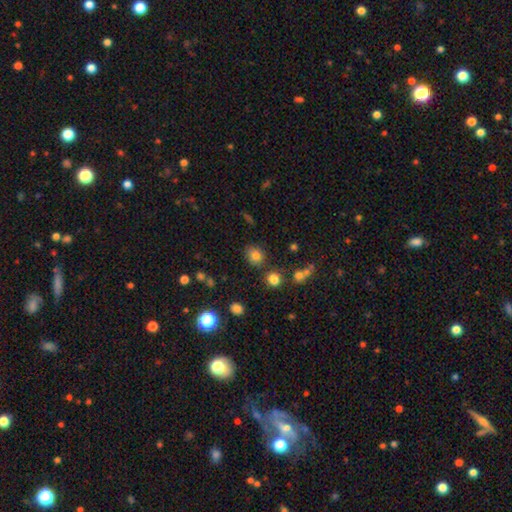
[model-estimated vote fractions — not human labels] This appears to be a smooth galaxy with no disk features (78%) that is round (77%). Merging: none (81%).